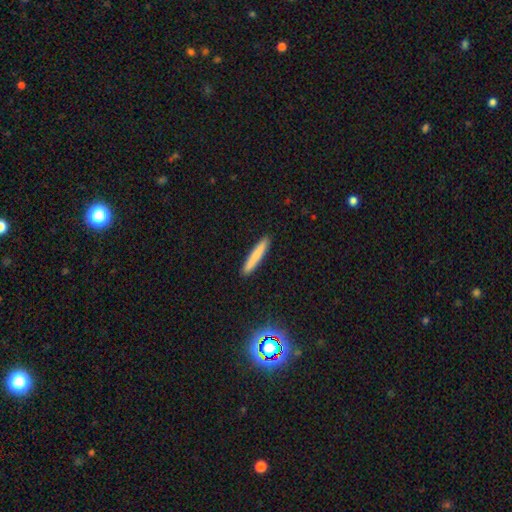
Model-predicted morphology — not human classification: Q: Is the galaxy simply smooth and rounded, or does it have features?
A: smooth — 78%.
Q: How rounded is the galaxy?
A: cigar-shaped — 95%.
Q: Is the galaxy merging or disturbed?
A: none — 92%.